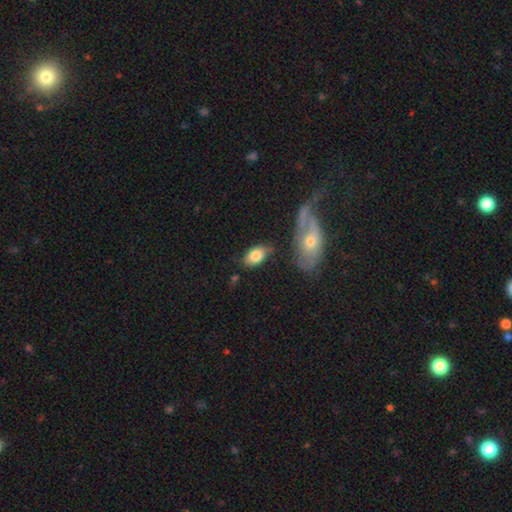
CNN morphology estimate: Smooth or featured: smooth — 77% (featured or disk — 16%)
How rounded: in between — 90% (round — 8%)
Merging: none — 65% (minor disturbance — 20%)